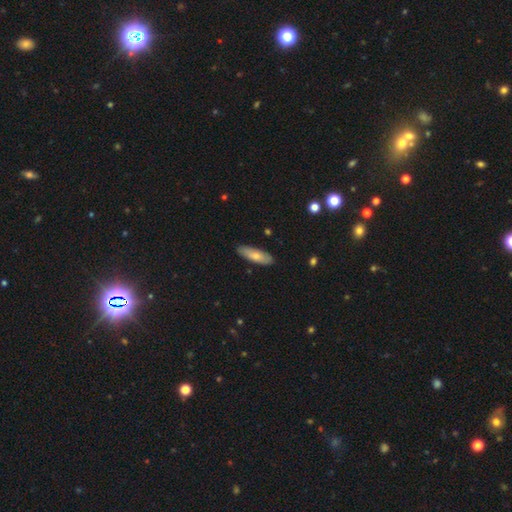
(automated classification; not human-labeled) This is likely a smooth galaxy (72%). How rounded: possibly in between (51%). Merging: clearly none (86%).